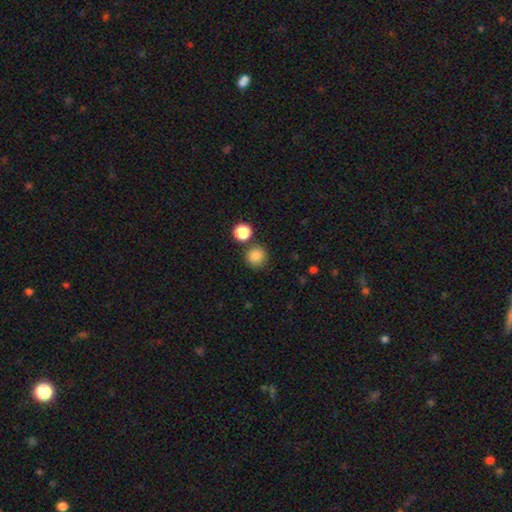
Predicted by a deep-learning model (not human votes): Overall: smooth (85%). How rounded: round (91%). Merging: none (80%).